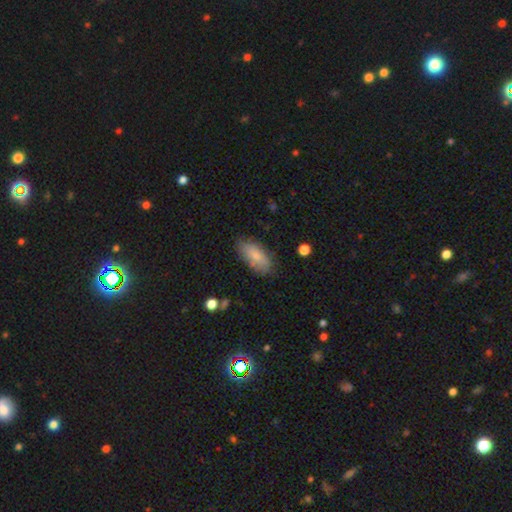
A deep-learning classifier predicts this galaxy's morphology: Smooth or featured?
  - smooth: 79% *
  - featured or disk: 14%
  - star or artifact: 6%
How rounded?
  - in between: 86% *
  - cigar-shaped: 12%
  - round: 2%
Merging?
  - none: 74% *
  - minor disturbance: 20%
  - major disturbance: 4%
  - merger: 2%